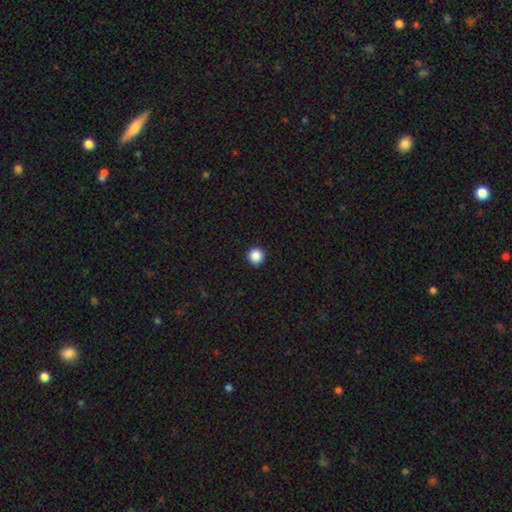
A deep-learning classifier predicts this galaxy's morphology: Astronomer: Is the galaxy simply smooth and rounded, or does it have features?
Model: smooth — 88%.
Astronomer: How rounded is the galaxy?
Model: round — 96%.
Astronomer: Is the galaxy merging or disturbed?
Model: none — 93%.